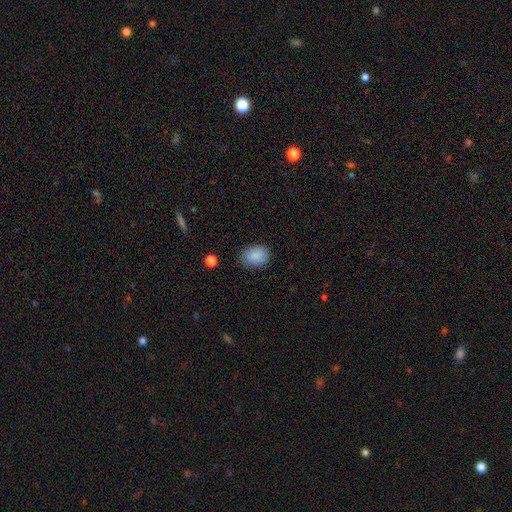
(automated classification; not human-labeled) This appears to be a smooth galaxy with no disk features (88%) that is in between round and cigar-shaped (69%). Merging: none (82%).